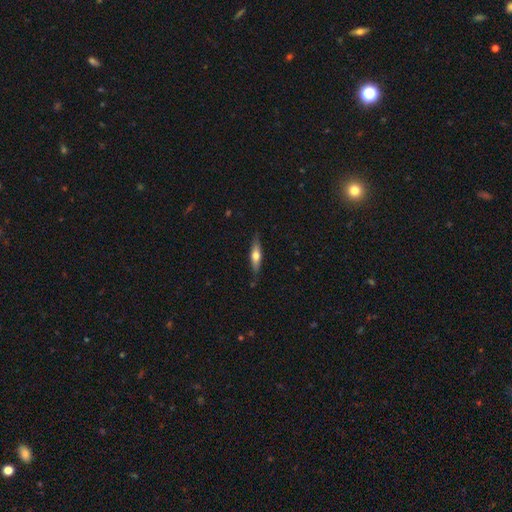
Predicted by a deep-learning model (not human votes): Smooth or featured?
  - smooth: 48% *
  - featured or disk: 46%
  - star or artifact: 6%
Merging?
  - none: 83% *
  - minor disturbance: 13%
  - major disturbance: 2%
  - merger: 2%